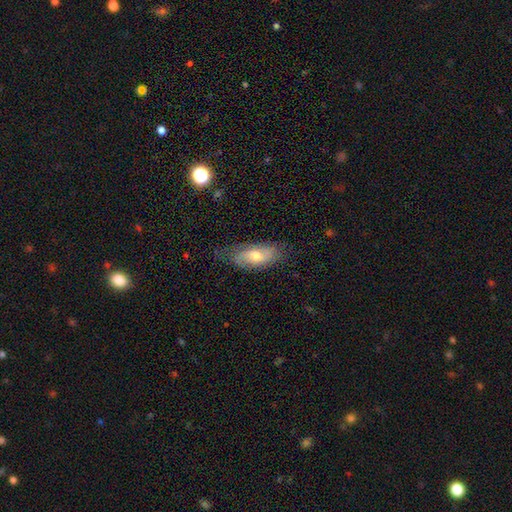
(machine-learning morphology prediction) The model was most divided on "smooth or featured" (2-way tie): featured or disk: 46%, smooth: 46%, star or artifact: 8%. More confident: merging — none (69%).